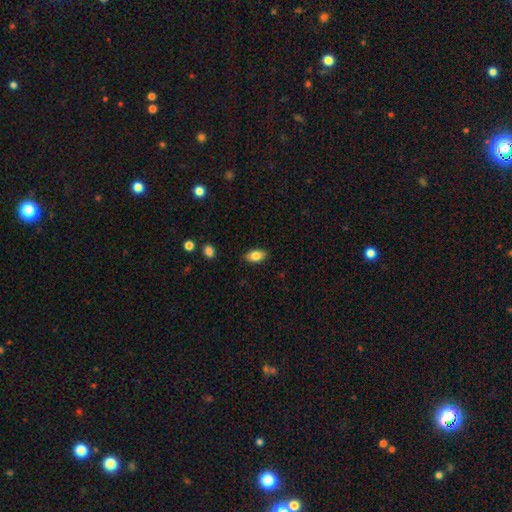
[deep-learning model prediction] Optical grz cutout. It shows a smooth galaxy with no disk features (83%) that is in between round and cigar-shaped (91%). Merging: none (86%).